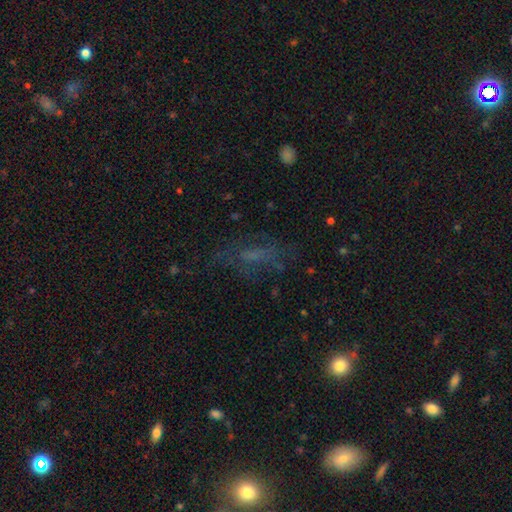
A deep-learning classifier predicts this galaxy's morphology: Smooth or featured? Predicted: smooth (p=0.36, tied with featured or disk). Merging? Predicted: none (p=0.60).